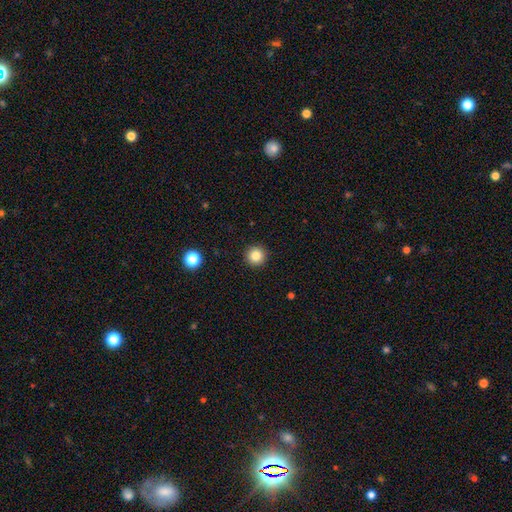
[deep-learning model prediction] A smooth galaxy with no disk features (83%) that is round (96%). Merging: none (93%).